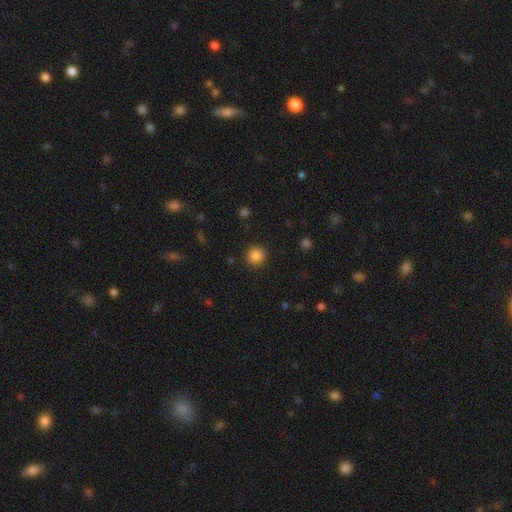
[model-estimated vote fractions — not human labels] A smooth galaxy with no disk features (86%) that is round (94%).

Vote fractions:
- Smooth or featured? smooth: 86% / star or artifact: 11% / featured or disk: 3%
- How rounded? round: 94% / in between: 5% / cigar-shaped: 1%
- Merging? none: 91% / minor disturbance: 6% / major disturbance: 2% / merger: 1%